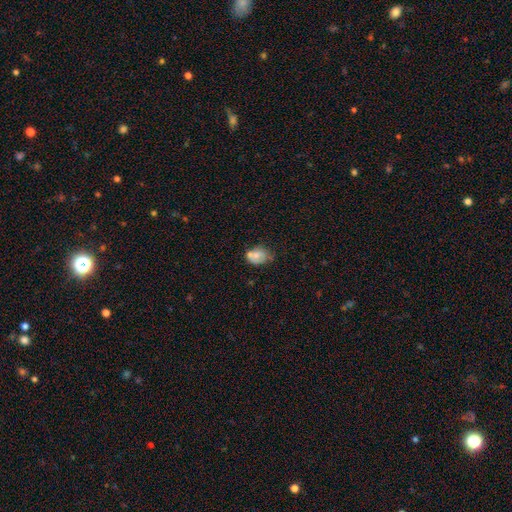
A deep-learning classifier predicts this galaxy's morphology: Smooth or featured?
  - smooth: 68% *
  - featured or disk: 23%
  - star or artifact: 9%
How rounded?
  - in between: 69% *
  - round: 30%
  - cigar-shaped: 1%
Merging?
  - none: 46% *
  - minor disturbance: 32%
  - merger: 12%
  - major disturbance: 9%